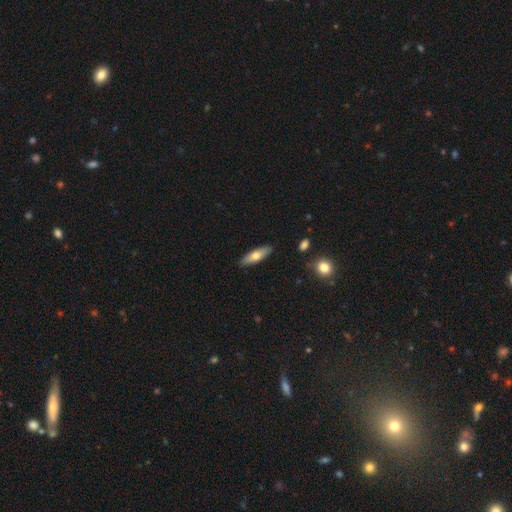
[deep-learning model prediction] Overall: smooth (63%; featured or disk 30%). How rounded: cigar-shaped (52%; in between 46%). Merging: none (88%).